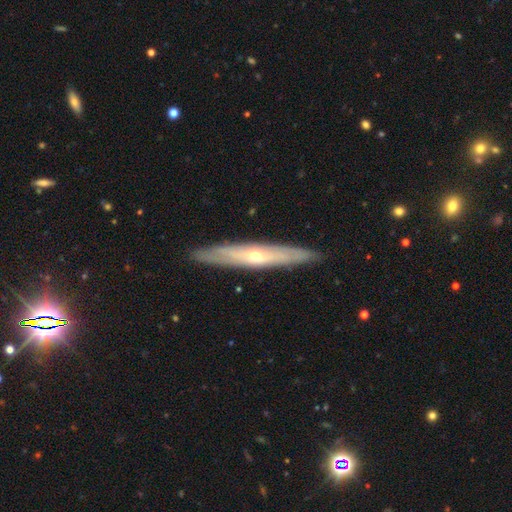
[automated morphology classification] type=featured or disk (70%); edge-on=yes (79%); edge-on bulge=rounded (75%); merging=none (89%).